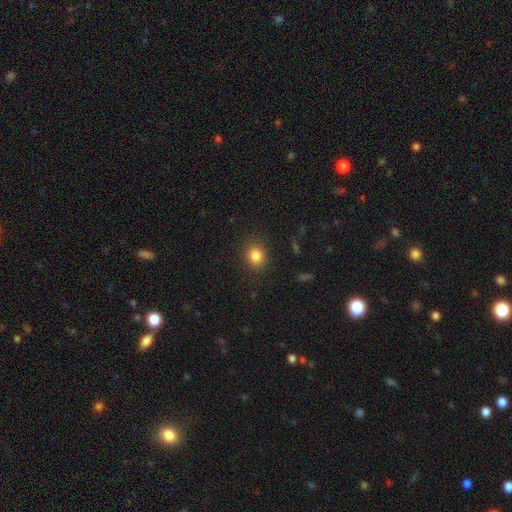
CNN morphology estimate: Smooth or featured?
  - smooth: 83% *
  - star or artifact: 11%
  - featured or disk: 6%
How rounded?
  - round: 67% *
  - in between: 32%
  - cigar-shaped: 1%
Merging?
  - none: 87% *
  - minor disturbance: 9%
  - major disturbance: 3%
  - merger: 1%